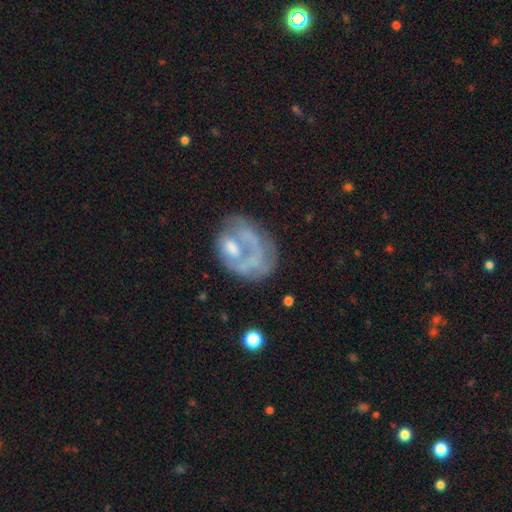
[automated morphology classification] Overall: featured or disk (61%; smooth 30%). Edge-on disk: no (97%). Bar: no (79%). Spiral arms: no (66%; yes 34%). Bulge size: none (43%; moderate 30%). Merging: none (38%; major disturbance 34%).